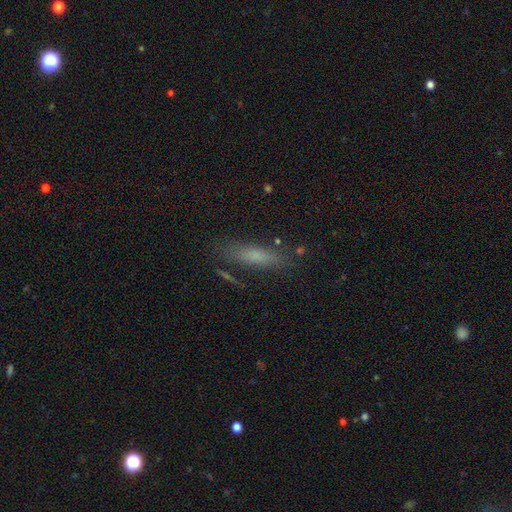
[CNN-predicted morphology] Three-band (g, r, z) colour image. It shows a smooth galaxy with no disk features (60%) that is cigar-shaped (72%). Merging: none (78%).